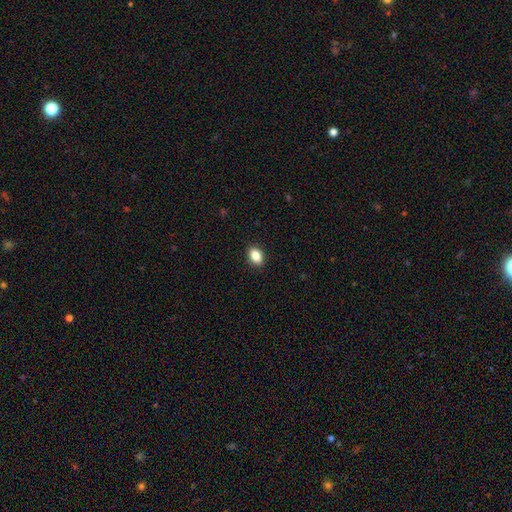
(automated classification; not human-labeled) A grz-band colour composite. It shows a smooth galaxy with no disk features (87%) that is in between round and cigar-shaped (83%). Merging: none (90%).